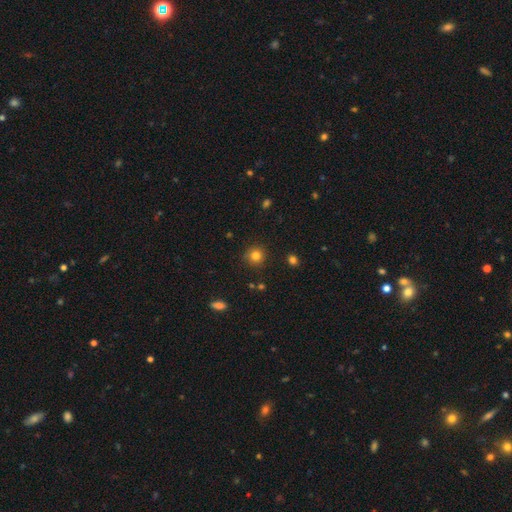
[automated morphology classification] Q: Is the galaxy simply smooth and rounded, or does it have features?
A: smooth — 81%.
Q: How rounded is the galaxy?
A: round — 93%.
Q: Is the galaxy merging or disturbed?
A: none — 89%.